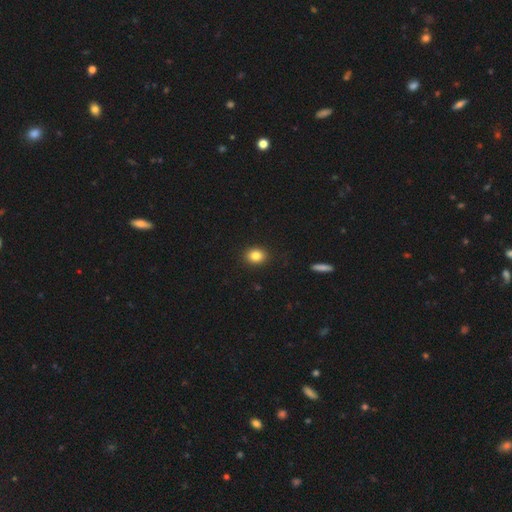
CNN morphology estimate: Smooth or featured: smooth — 83% (star or artifact — 10%)
How rounded: round — 50% (in between — 48%)
Merging: none — 91% (minor disturbance — 7%)